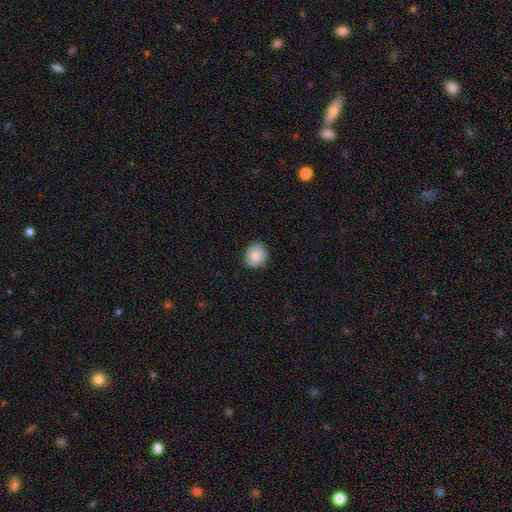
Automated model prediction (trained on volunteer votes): Smooth or featured: smooth — 83% (featured or disk — 10%)
How rounded: round — 69% (in between — 30%)
Merging: none — 83% (minor disturbance — 14%)